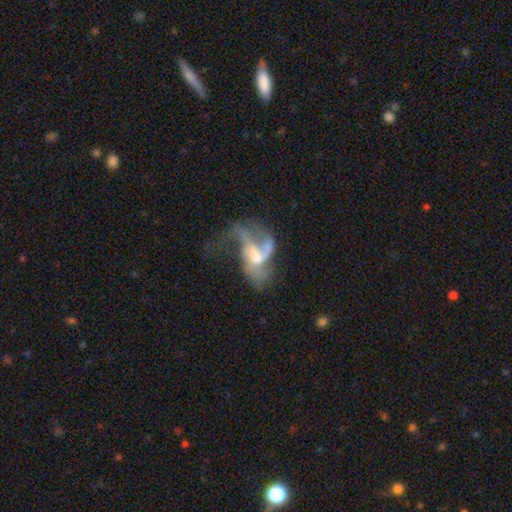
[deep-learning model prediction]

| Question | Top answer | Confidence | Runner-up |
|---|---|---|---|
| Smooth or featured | featured or disk | 73% | smooth (17%) |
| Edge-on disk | no | 97% | yes (3%) |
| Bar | no | 49% | weak (40%) |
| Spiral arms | yes | 74% | no (26%) |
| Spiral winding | loose | 67% | medium (27%) |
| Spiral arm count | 2 | 31% | 3 (22%) |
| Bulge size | moderate | 44% | small (28%) |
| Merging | major disturbance | 53% | none (20%) |